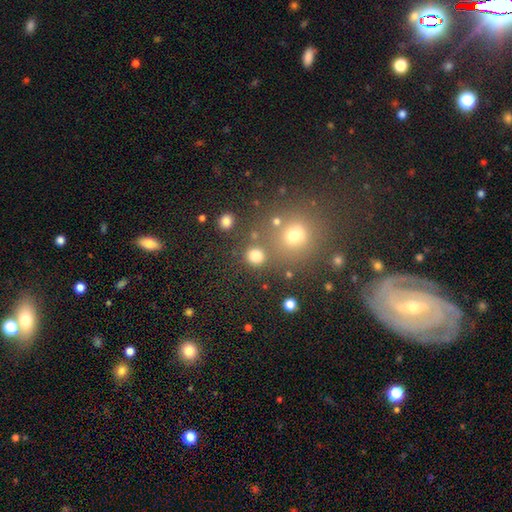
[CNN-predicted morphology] This is likely a smooth galaxy (78%). How rounded: clearly round (89%). Merging: likely none (77%).